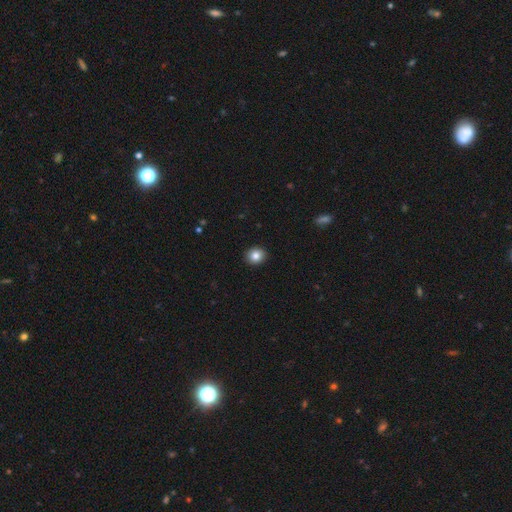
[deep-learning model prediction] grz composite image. It shows a smooth galaxy with no disk features (84%) that is round (81%). Merging: none (93%).